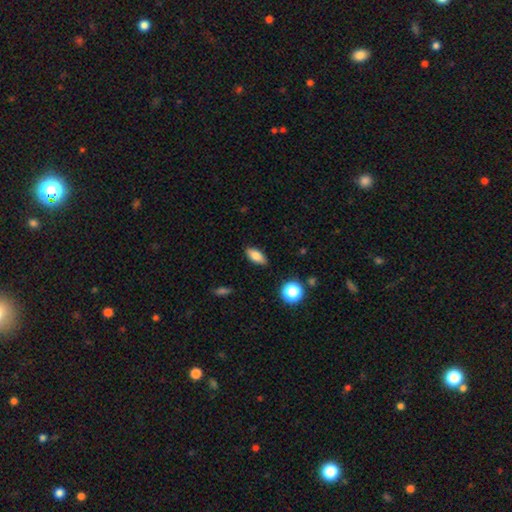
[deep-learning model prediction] Smooth or featured? smooth (79%)
How rounded? in between (84%)
Merging? none (87%)